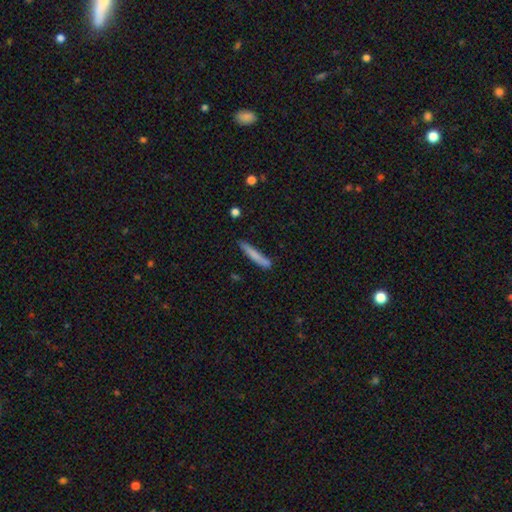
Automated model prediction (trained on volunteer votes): This appears to be a smooth galaxy with no disk features (76%) that is cigar-shaped (94%). Merging: none (79%).